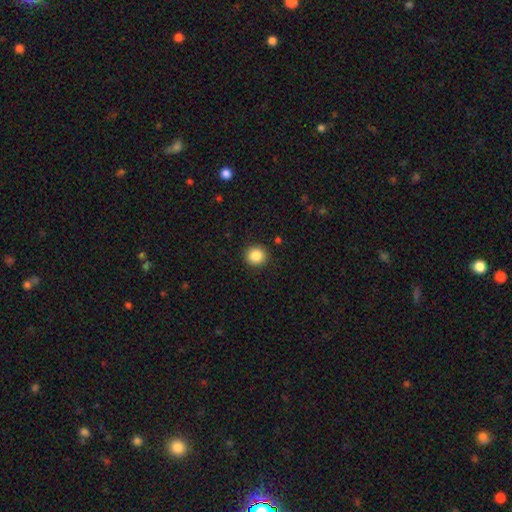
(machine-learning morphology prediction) Smooth or featured? Predicted: smooth (p=0.87). How rounded? Predicted: round (p=0.92). Merging? Predicted: none (p=0.91).